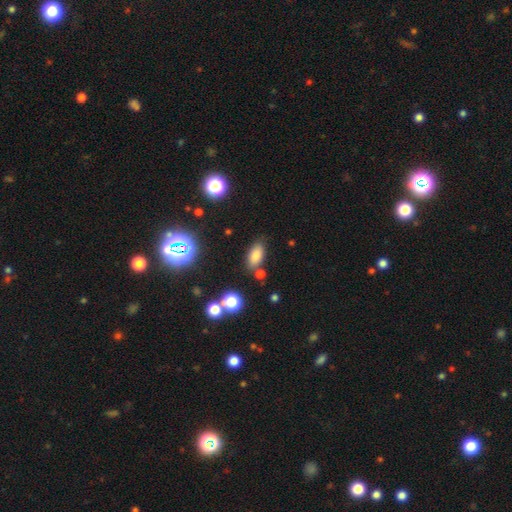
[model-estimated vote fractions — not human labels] Morphology: type=smooth (77%); roundness=in between (88%); merging=none (77%).